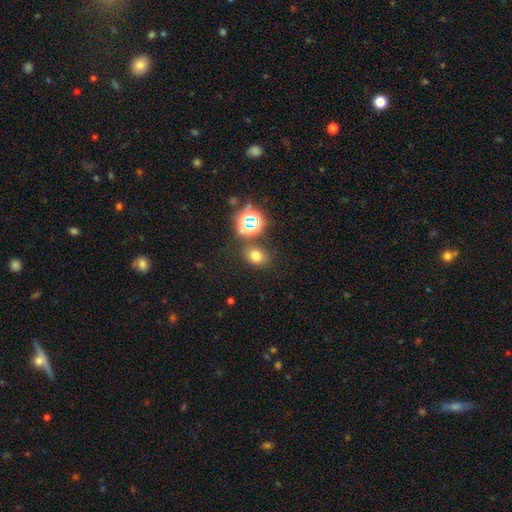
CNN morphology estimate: Smooth or featured? smooth (68%)
How rounded? round (51%)
Merging? none (77%)